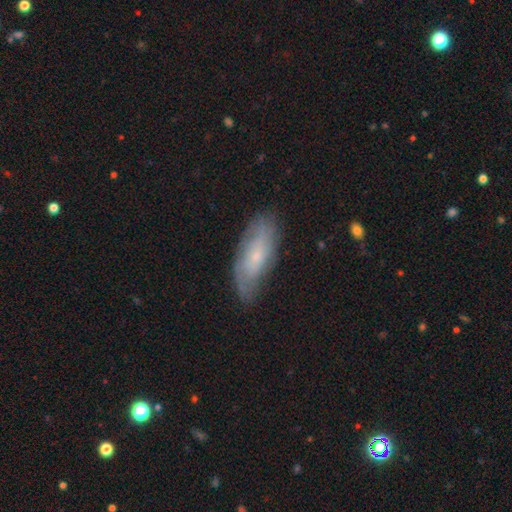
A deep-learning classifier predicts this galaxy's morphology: This is possibly a featured or disk galaxy (49%). Merging: likely none (72%).